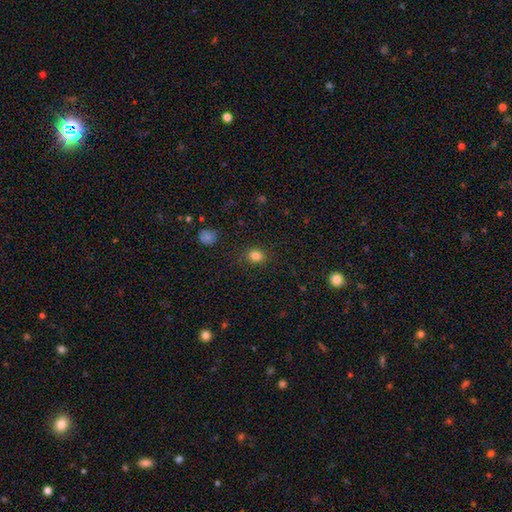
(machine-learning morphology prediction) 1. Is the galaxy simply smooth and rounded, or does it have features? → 82% smooth, 12% star or artifact, 6% featured or disk.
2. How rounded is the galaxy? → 65% round, 34% in between, 1% cigar-shaped.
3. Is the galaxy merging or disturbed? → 85% none, 10% minor disturbance, 3% major disturbance, 1% merger.